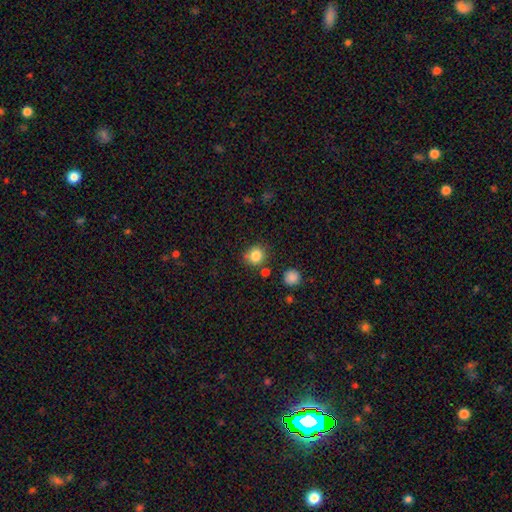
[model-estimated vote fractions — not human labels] A smooth galaxy with no disk features (84%) that is round (83%). Merging: none (78%).